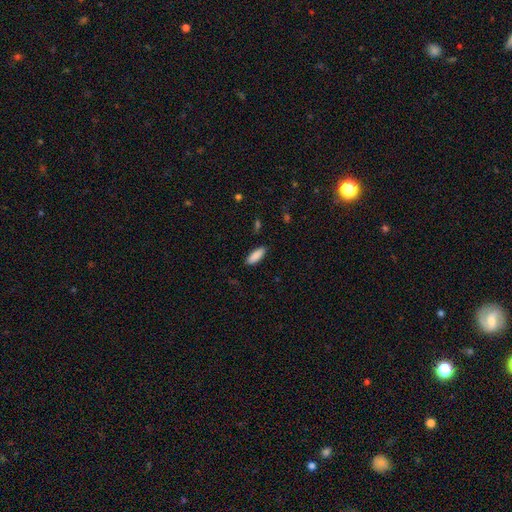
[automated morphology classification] Smooth or featured? Predicted: smooth (p=0.89). How rounded? Predicted: in between (p=0.65). Merging? Predicted: none (p=0.87).